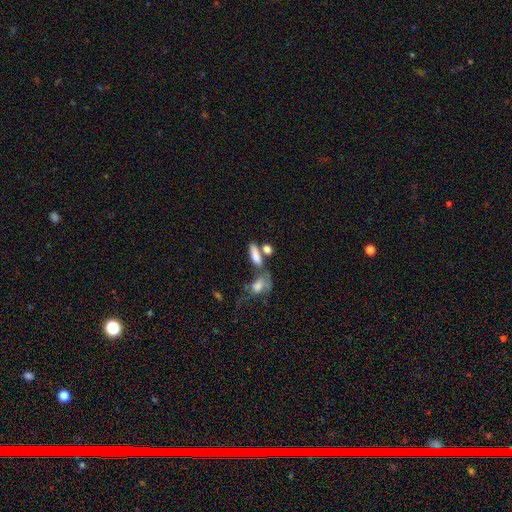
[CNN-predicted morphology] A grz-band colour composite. It shows a smooth galaxy with no disk features (77%) that is in between round and cigar-shaped (64%). Merging: none (40%).